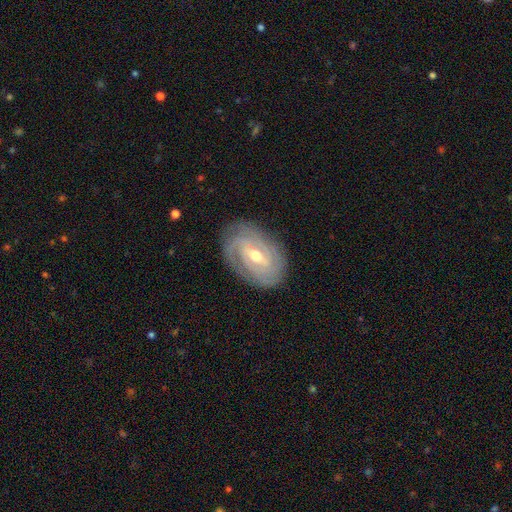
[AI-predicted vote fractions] Smooth or featured?
  - featured or disk: 85% *
  - smooth: 9%
  - star or artifact: 5%
Edge-on disk?
  - no: 95% *
  - yes: 5%
Bar?
  - weak: 49% *
  - strong: 27%
  - no: 24%
Spiral arms?
  - yes: 94% *
  - no: 6%
Spiral winding?
  - tight: 74% *
  - medium: 21%
  - loose: 5%
Spiral arm count?
  - can't tell: 30% *
  - 2: 26%
  - 3: 23%
  - 4: 10%
  - 1: 5%
  - more than 4: 5%
Bulge size?
  - moderate: 61% *
  - small: 35%
  - large: 2%
  - none: 1%
  - dominant: 1%
Merging?
  - none: 82% *
  - minor disturbance: 14%
  - major disturbance: 4%
  - merger: 1%